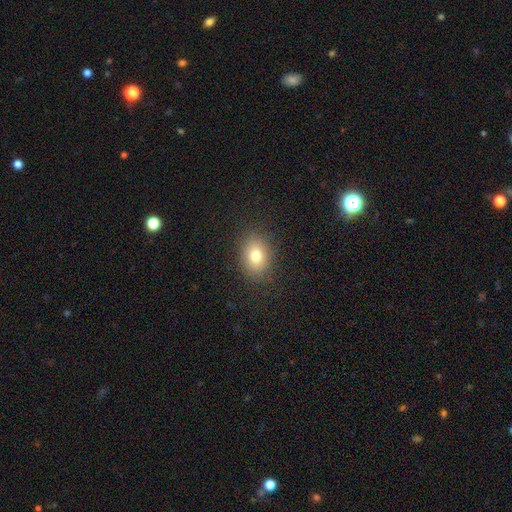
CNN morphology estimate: Q: Smooth or featured?
A: smooth (78%); runner-up: star or artifact (12%)
Q: How rounded?
A: in between (66%); runner-up: round (33%)
Q: Merging?
A: none (84%); runner-up: minor disturbance (10%)